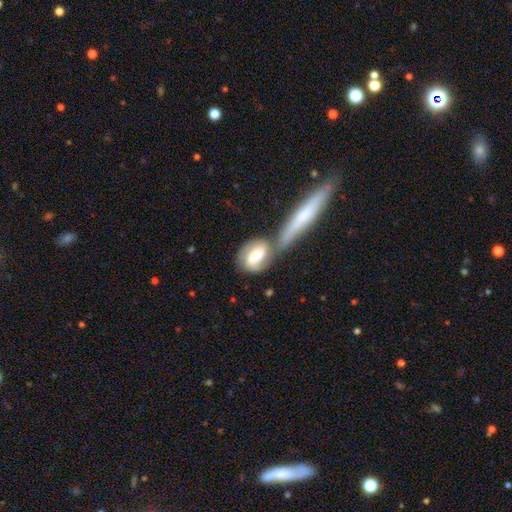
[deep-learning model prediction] Morphology: type=featured or disk (49%); merging=merger (47%).